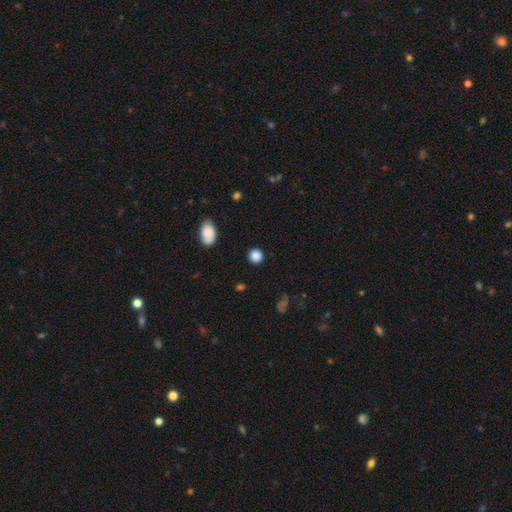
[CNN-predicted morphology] Q: Smooth or featured?
A: smooth (86%); runner-up: star or artifact (10%)
Q: How rounded?
A: round (89%); runner-up: in between (10%)
Q: Merging?
A: none (89%); runner-up: minor disturbance (7%)